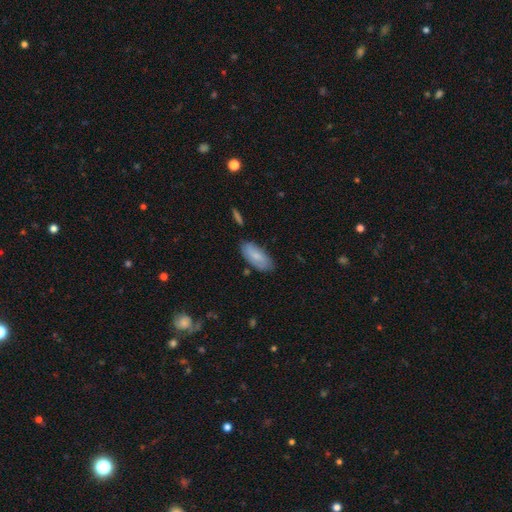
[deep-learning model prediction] smooth-or-featured: smooth: 77% | featured or disk: 17% | star or artifact: 6%
  how-rounded: in between: 86% | cigar-shaped: 12% | round: 2%
  merging: none: 78% | minor disturbance: 16% | merger: 3% | major disturbance: 3%